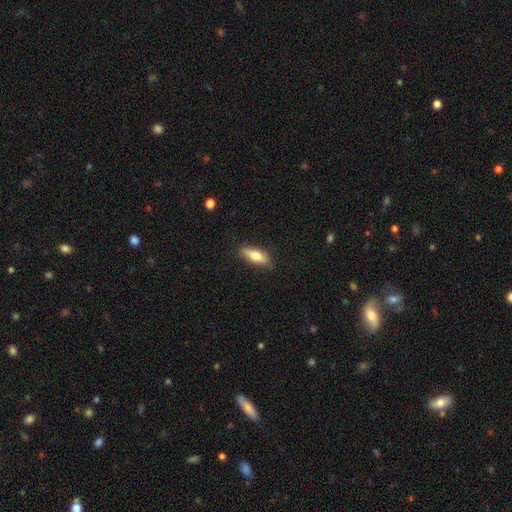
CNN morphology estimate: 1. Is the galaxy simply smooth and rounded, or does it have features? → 66% smooth, 28% featured or disk, 6% star or artifact.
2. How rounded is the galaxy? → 57% in between, 41% cigar-shaped, 3% round.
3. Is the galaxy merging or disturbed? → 83% none, 13% minor disturbance, 2% major disturbance, 1% merger.